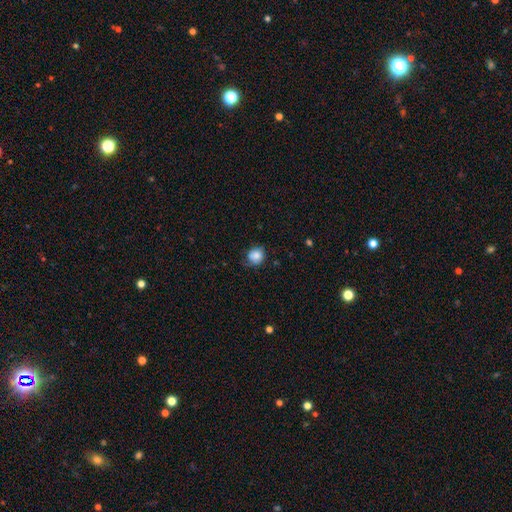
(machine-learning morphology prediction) Overall: smooth (81%). How rounded: round (74%). Merging: none (59%; minor disturbance 30%).